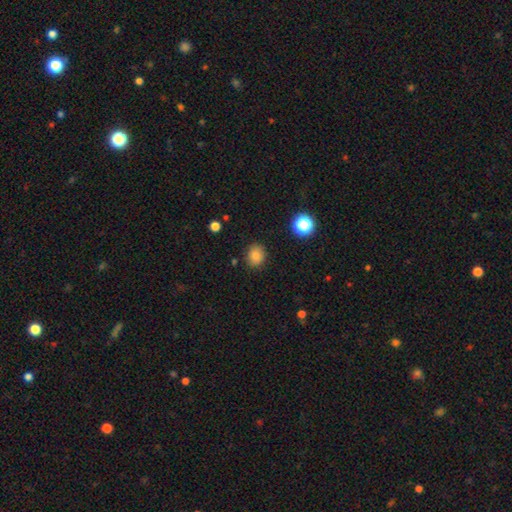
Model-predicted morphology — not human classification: The model was most divided on "how rounded": round: 65%, in between: 34%, cigar-shaped: 1%. More confident: merging — none (85%); smooth or featured — smooth (83%).